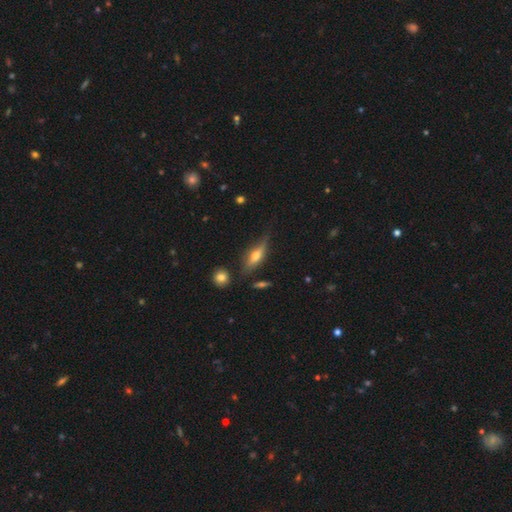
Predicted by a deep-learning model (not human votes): Morphology: type=featured or disk (53%); edge-on=yes (90%); merging=none (71%).